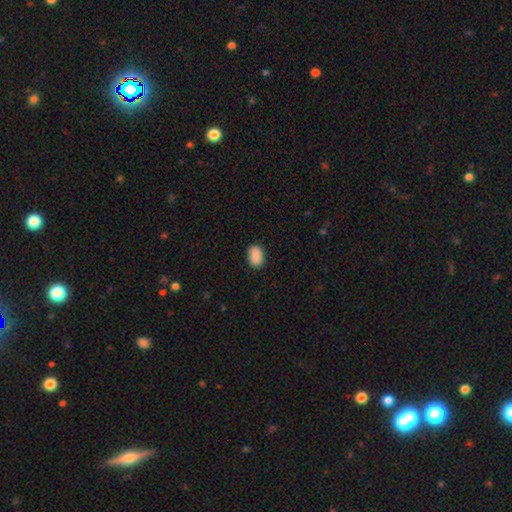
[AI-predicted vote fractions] Q: Smooth or featured?
A: smooth (90%); runner-up: star or artifact (7%)
Q: How rounded?
A: in between (83%); runner-up: round (16%)
Q: Merging?
A: none (84%); runner-up: minor disturbance (13%)